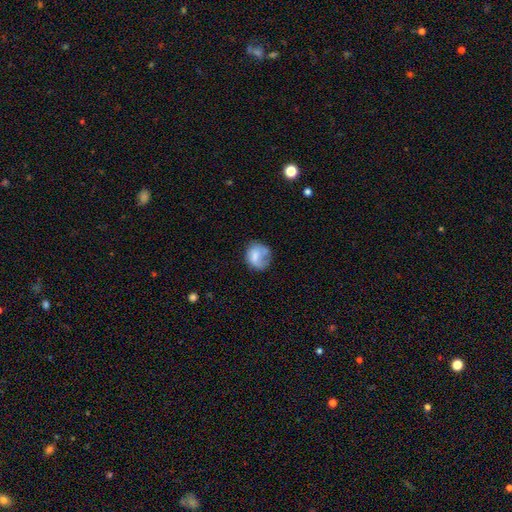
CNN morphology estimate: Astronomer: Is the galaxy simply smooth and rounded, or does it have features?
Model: smooth — 68%.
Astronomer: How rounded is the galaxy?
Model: round — 67%.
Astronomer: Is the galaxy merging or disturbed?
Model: none — 49% (runner-up: minor disturbance, 28%).